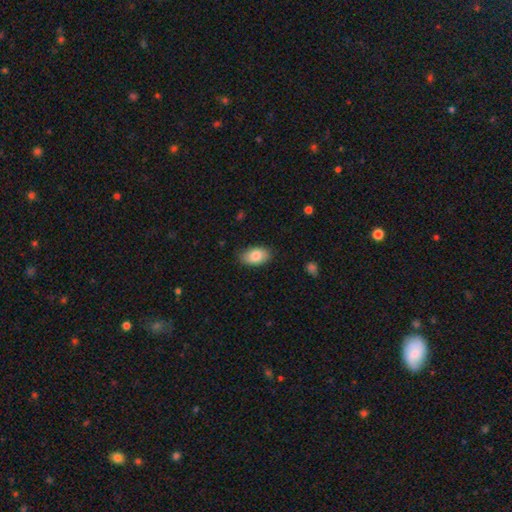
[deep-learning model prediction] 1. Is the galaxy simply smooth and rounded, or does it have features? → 86% smooth, 8% featured or disk, 7% star or artifact.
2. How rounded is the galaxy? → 92% in between, 6% round, 2% cigar-shaped.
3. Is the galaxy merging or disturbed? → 83% none, 13% minor disturbance, 3% major disturbance, 1% merger.